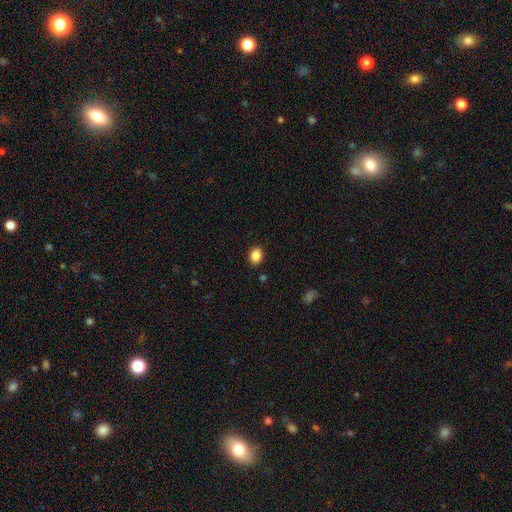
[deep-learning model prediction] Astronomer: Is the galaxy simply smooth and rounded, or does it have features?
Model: smooth — 87%.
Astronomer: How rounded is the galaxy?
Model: in between — 59% (runner-up: round, 40%).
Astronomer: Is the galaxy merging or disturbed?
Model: none — 89%.